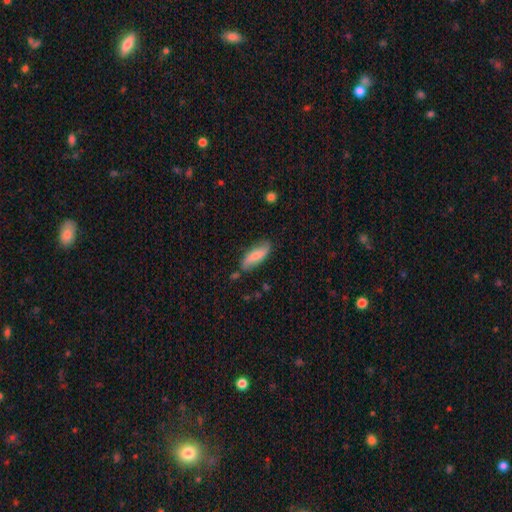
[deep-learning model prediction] Smooth or featured: smooth — 61% (featured or disk — 32%)
How rounded: in between — 62% (cigar-shaped — 36%)
Merging: none — 71% (minor disturbance — 21%)